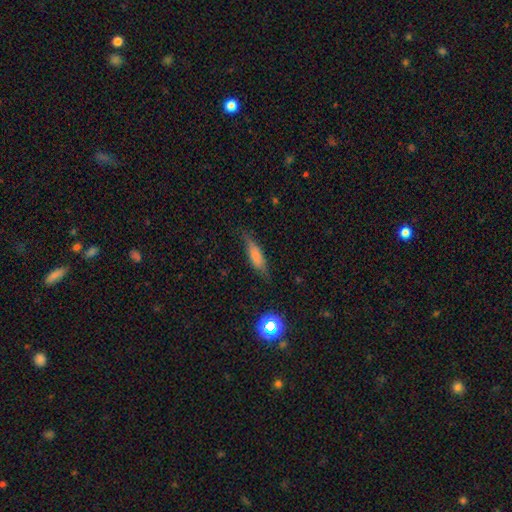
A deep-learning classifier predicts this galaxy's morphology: A smooth galaxy with no disk features (69%) that is cigar-shaped (57%).

Vote fractions:
- Smooth or featured? smooth: 69% / featured or disk: 21% / star or artifact: 10%
- How rounded? cigar-shaped: 57% / in between: 40% / round: 3%
- Merging? none: 69% / minor disturbance: 23% / major disturbance: 6% / merger: 2%